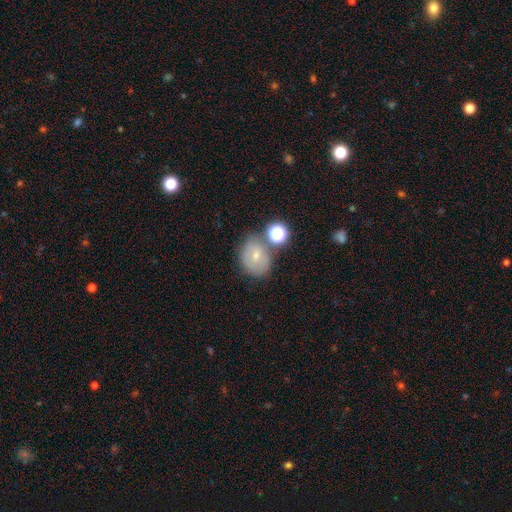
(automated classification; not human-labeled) Overall: smooth (61%; featured or disk 25%). How rounded: round (57%; in between 42%). Merging: none (57%; merger 20%).